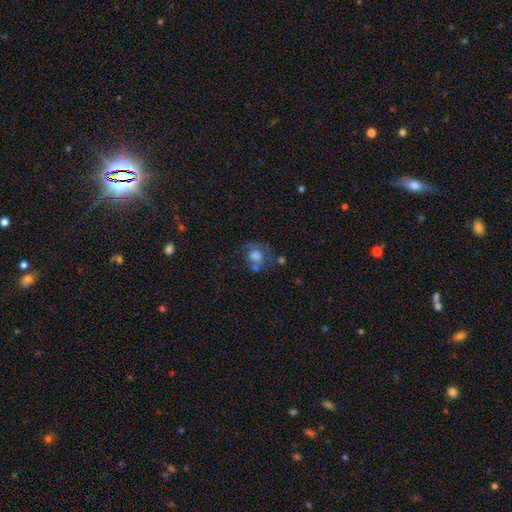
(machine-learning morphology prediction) smooth-or-featured: smooth: 58% | featured or disk: 31% | star or artifact: 12%
  how-rounded: round: 62% | in between: 36% | cigar-shaped: 1%
  merging: none: 37% | minor disturbance: 23% | major disturbance: 22% | merger: 18%